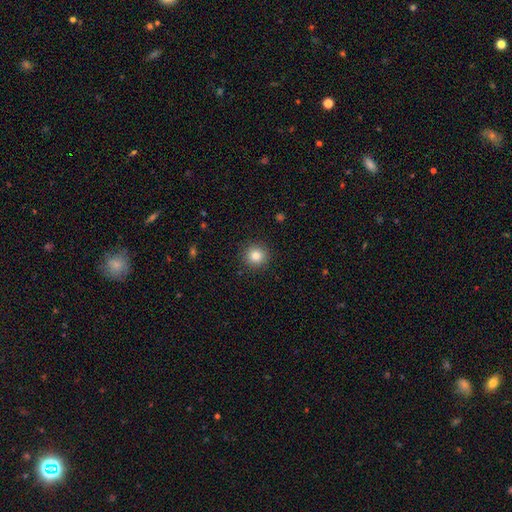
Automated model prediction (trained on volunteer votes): Smooth or featured?
  - smooth: 82% *
  - star or artifact: 11%
  - featured or disk: 6%
How rounded?
  - round: 94% *
  - in between: 5%
  - cigar-shaped: 1%
Merging?
  - none: 91% *
  - minor disturbance: 6%
  - major disturbance: 2%
  - merger: 1%